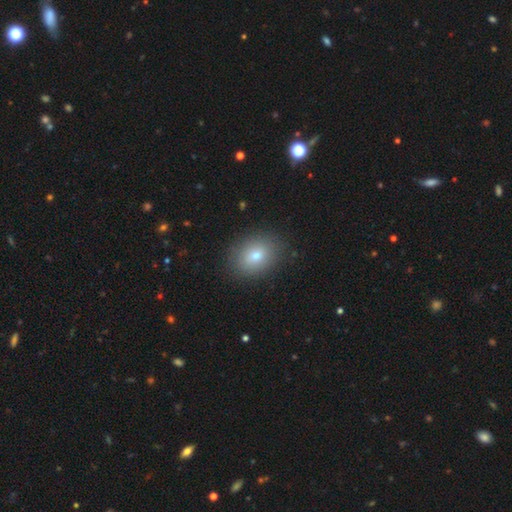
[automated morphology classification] Overall: smooth (75%). How rounded: in between (60%; round 38%). Merging: none (87%).